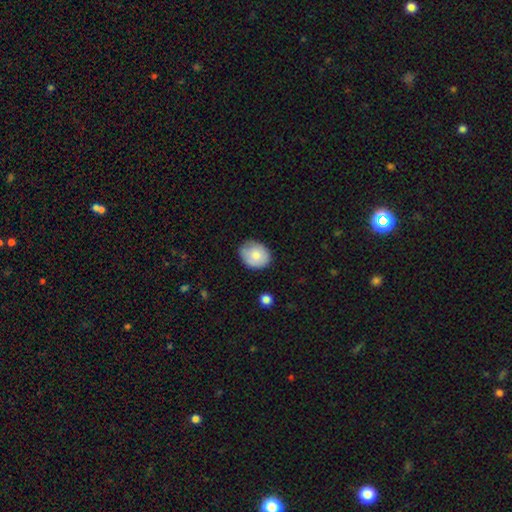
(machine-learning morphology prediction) type=smooth (79%); roundness=round (51%); merging=none (70%).